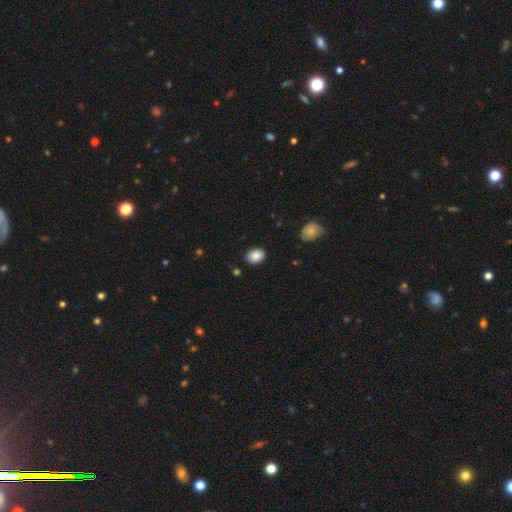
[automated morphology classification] The model was most divided on "how rounded": in between: 70%, round: 29%, cigar-shaped: 1%. More confident: smooth or featured — smooth (87%); merging — none (87%).